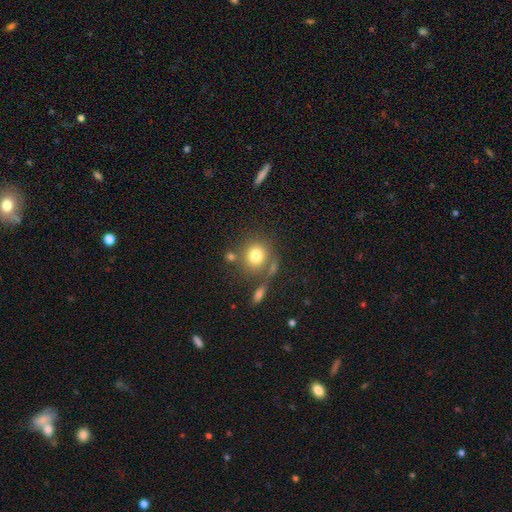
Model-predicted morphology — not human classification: A smooth galaxy with no disk features (78%) that is round (83%). Merging: none (63%).